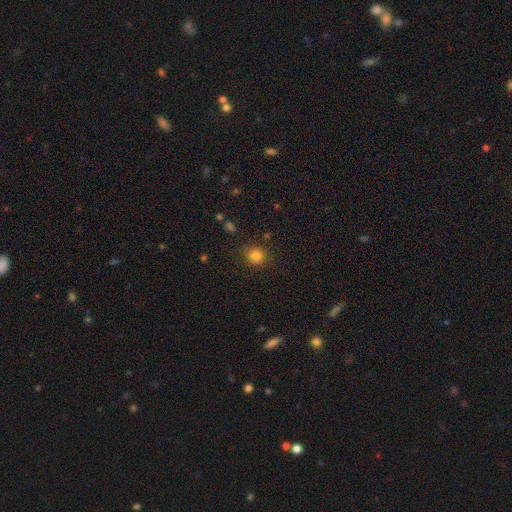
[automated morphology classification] A smooth galaxy with no disk features (82%) that is round (83%). Merging: none (84%).